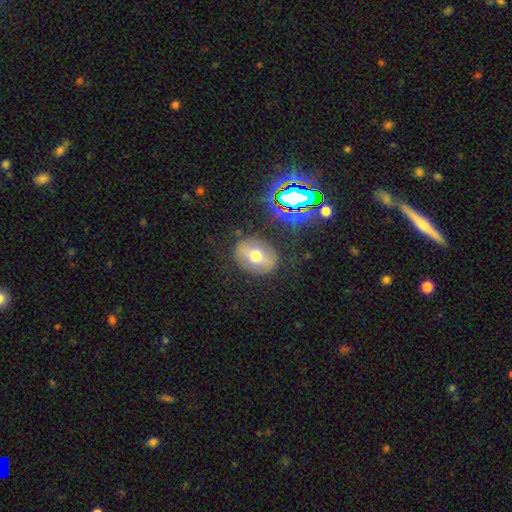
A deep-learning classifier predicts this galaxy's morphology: Smooth or featured?
  - smooth: 55% *
  - featured or disk: 30%
  - star or artifact: 15%
How rounded?
  - in between: 58% *
  - round: 41%
  - cigar-shaped: 1%
Merging?
  - none: 80% *
  - minor disturbance: 12%
  - major disturbance: 5%
  - merger: 2%